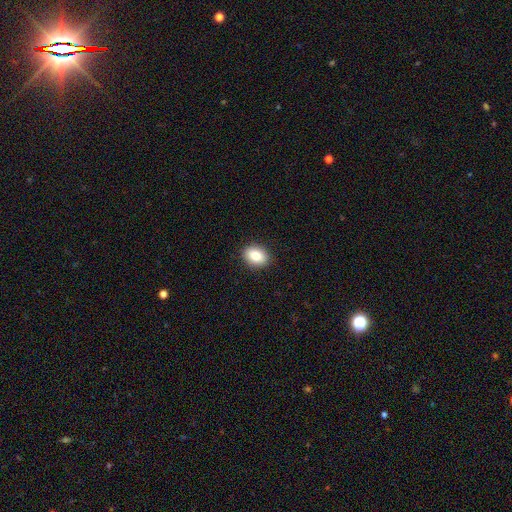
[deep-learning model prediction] smooth-or-featured: smooth: 84% | star or artifact: 8% | featured or disk: 8%
  how-rounded: in between: 70% | round: 29% | cigar-shaped: 1%
  merging: none: 90% | minor disturbance: 7% | major disturbance: 2% | merger: 1%